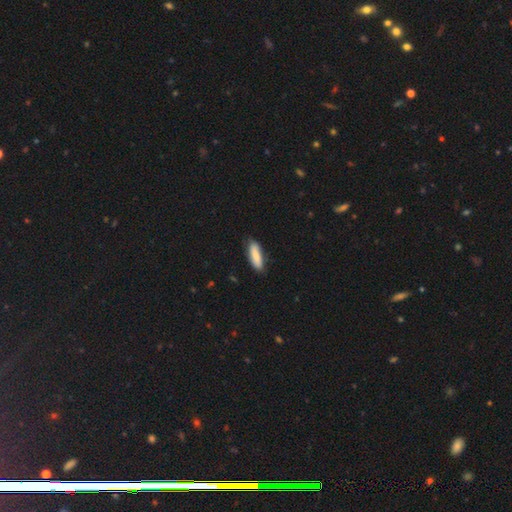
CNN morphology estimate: smooth-or-featured: smooth: 84% | featured or disk: 10% | star or artifact: 6%
  how-rounded: in between: 55% | cigar-shaped: 44% | round: 2%
  merging: none: 78% | minor disturbance: 18% | major disturbance: 3% | merger: 1%